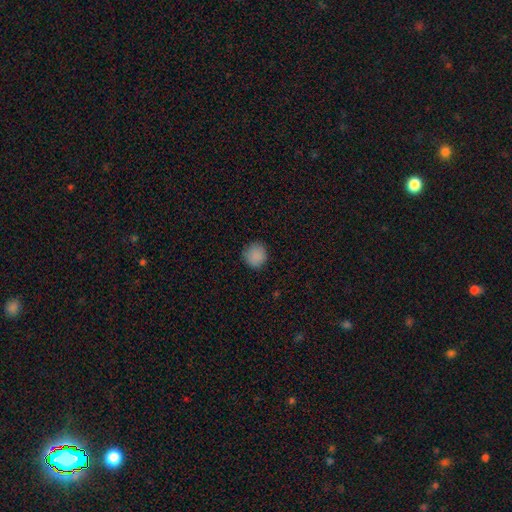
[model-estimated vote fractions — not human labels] Smooth or featured: smooth — 87% (star or artifact — 10%)
How rounded: round — 92% (in between — 7%)
Merging: none — 89% (minor disturbance — 8%)